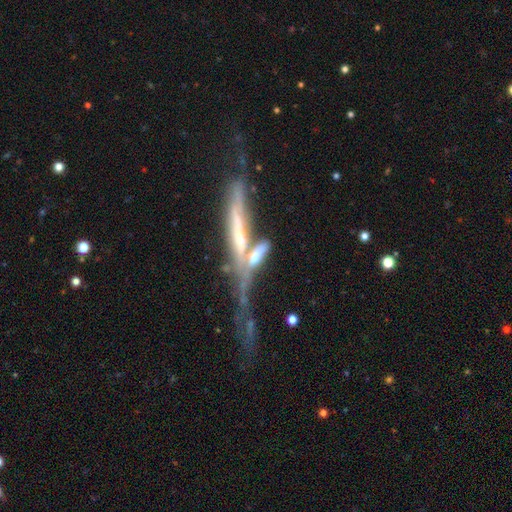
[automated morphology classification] A featured or disk galaxy (60%) viewed edge-on (80%). Merging: merger (37%).